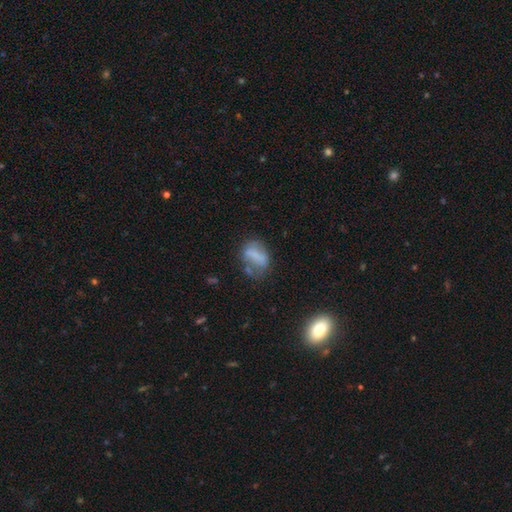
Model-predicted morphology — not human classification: The model was most divided on "merging": none: 46%, minor disturbance: 27%, major disturbance: 17%, merger: 10%. More confident: how rounded — in between (74%); smooth or featured — smooth (61%).